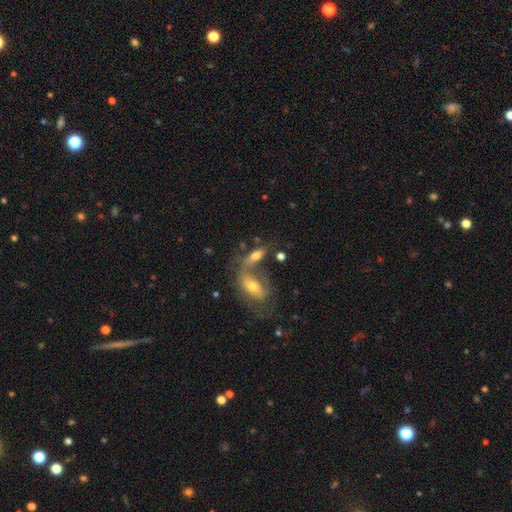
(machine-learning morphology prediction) Smooth or featured: smooth — 57% (featured or disk — 34%)
How rounded: in between — 68% (cigar-shaped — 27%)
Merging: merger — 48% (none — 33%)